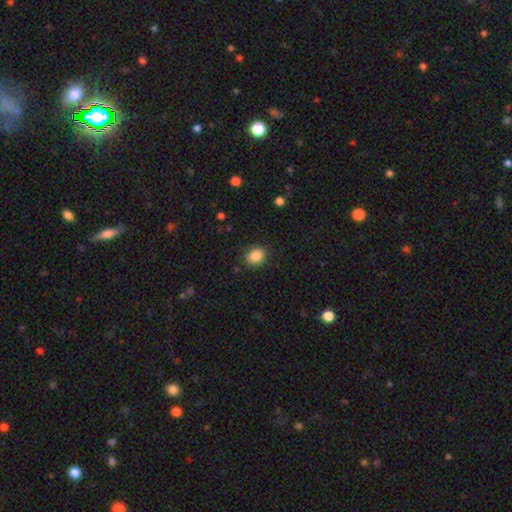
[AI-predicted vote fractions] Q: Smooth or featured?
A: smooth (85%); runner-up: star or artifact (10%)
Q: How rounded?
A: in between (50%); runner-up: round (49%)
Q: Merging?
A: none (85%); runner-up: minor disturbance (11%)